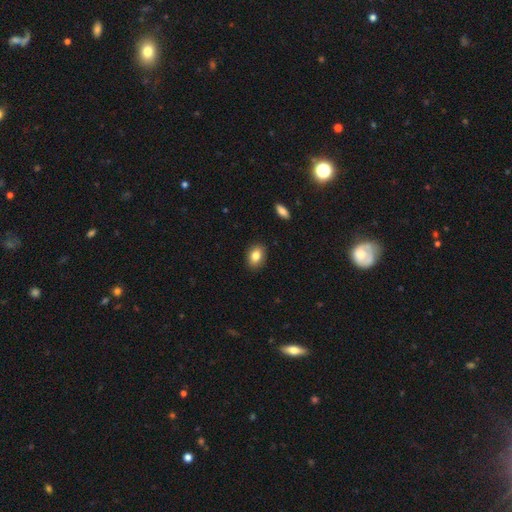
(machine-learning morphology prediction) This appears to be a smooth galaxy with no disk features (82%) that is in between round and cigar-shaped (79%). Merging: none (89%).